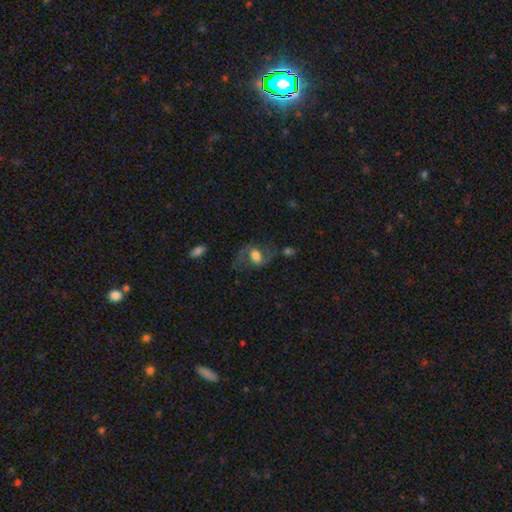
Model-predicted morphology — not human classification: Overall: featured or disk (57%; smooth 34%). Edge-on disk: no (94%). Bar: no (42%, tied with weak). Spiral arms: yes (80%). Bulge size: large (44%; moderate 37%). Merging: none (52%; major disturbance 23%).